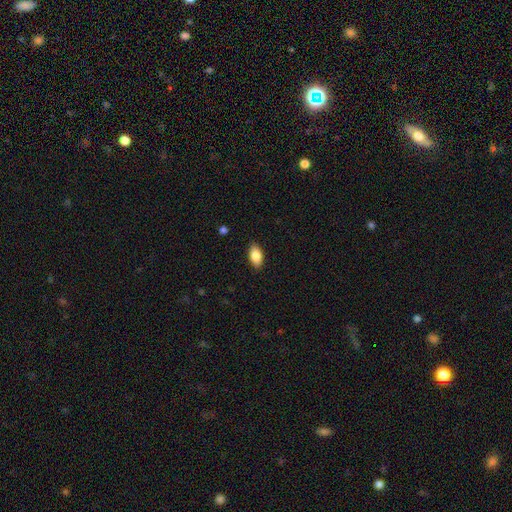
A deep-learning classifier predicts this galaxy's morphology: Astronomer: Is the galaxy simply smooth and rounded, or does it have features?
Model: smooth — 86%.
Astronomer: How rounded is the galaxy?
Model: in between — 91%.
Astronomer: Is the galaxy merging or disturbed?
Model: none — 87%.